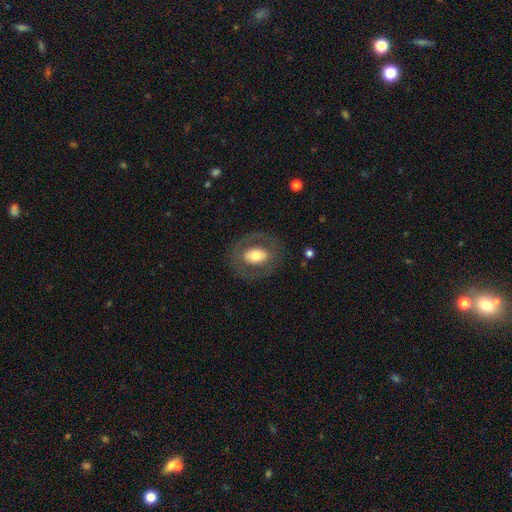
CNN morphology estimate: A smooth galaxy with no disk features (49%). Merging: none (78%).